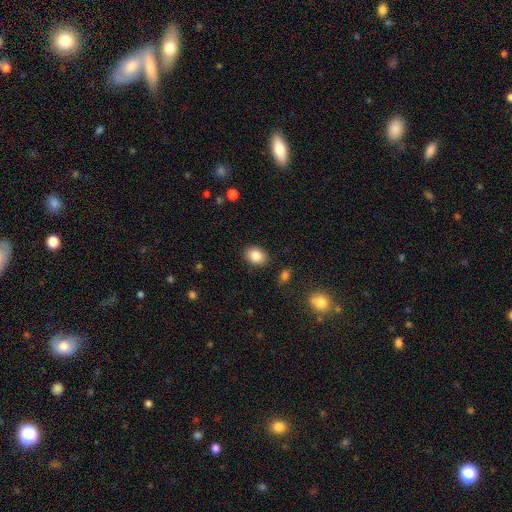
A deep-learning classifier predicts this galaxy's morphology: Overall: smooth (85%). How rounded: in between (67%; round 32%). Merging: none (88%).